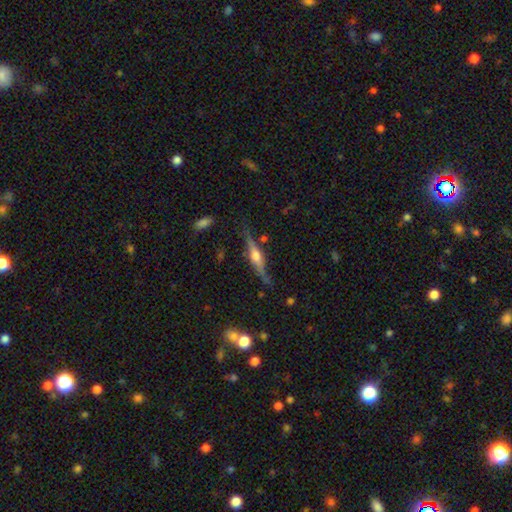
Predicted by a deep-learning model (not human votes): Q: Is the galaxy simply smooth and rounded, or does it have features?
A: featured or disk — 78%.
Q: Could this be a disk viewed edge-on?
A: yes — 97%.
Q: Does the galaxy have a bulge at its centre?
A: rounded — 87%.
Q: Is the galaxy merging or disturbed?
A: none — 79%.